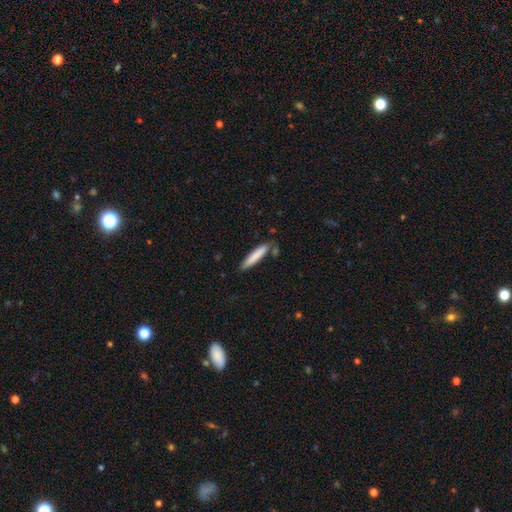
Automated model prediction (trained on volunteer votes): This is clearly a smooth galaxy (81%). How rounded: clearly cigar-shaped (91%). Merging: likely none (77%).